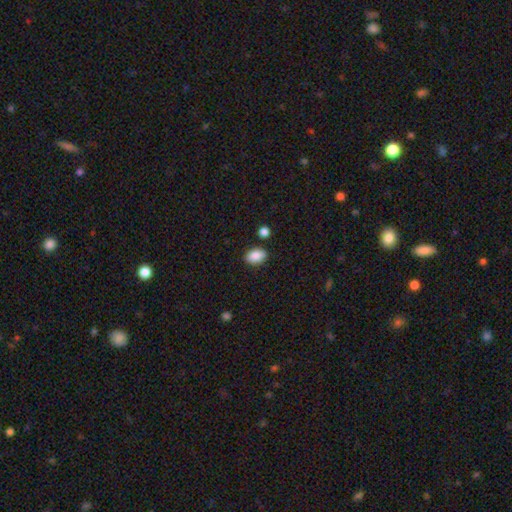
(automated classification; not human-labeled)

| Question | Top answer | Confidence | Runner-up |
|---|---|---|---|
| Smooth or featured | smooth | 88% | star or artifact (7%) |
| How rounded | in between | 86% | round (12%) |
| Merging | none | 84% | minor disturbance (10%) |